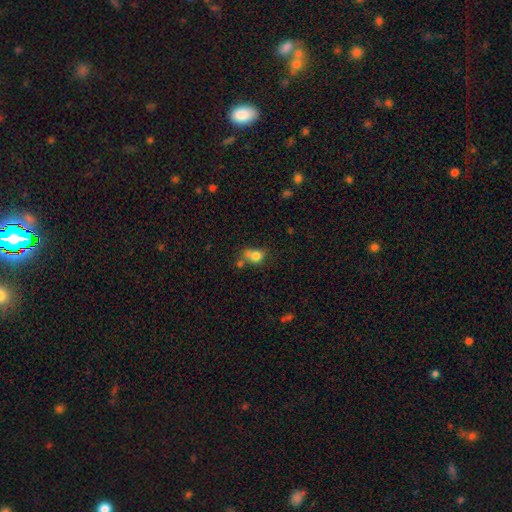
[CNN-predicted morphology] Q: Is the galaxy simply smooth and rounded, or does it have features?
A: smooth — 77%.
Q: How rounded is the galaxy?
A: round — 62%.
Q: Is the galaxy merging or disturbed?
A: none — 39%.